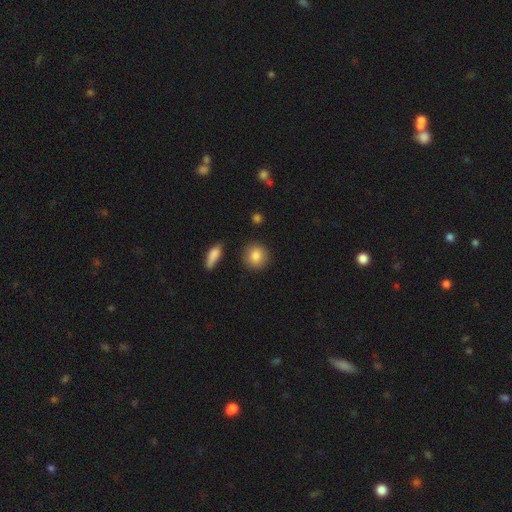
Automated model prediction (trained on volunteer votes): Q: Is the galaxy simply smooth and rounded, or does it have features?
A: smooth — 85%.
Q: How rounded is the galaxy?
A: round — 87%.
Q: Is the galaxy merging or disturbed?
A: none — 88%.